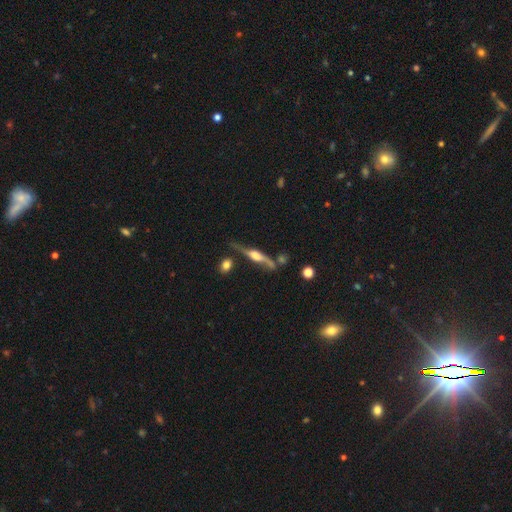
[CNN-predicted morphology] type=featured or disk (76%); edge-on=yes (86%); edge-on bulge=rounded (79%); merging=none (56%).